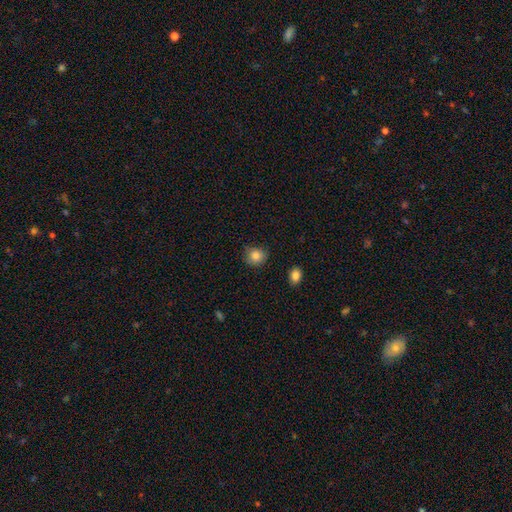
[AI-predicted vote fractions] smooth-or-featured: smooth: 85% | star or artifact: 10% | featured or disk: 6%
  how-rounded: round: 79% | in between: 20% | cigar-shaped: 1%
  merging: none: 80% | minor disturbance: 16% | major disturbance: 3% | merger: 2%